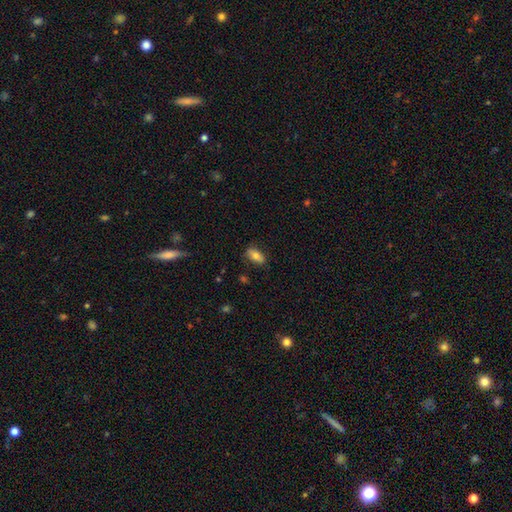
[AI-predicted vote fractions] Smooth or featured: smooth — 75% (featured or disk — 17%)
How rounded: in between — 87% (cigar-shaped — 8%)
Merging: none — 81% (minor disturbance — 14%)